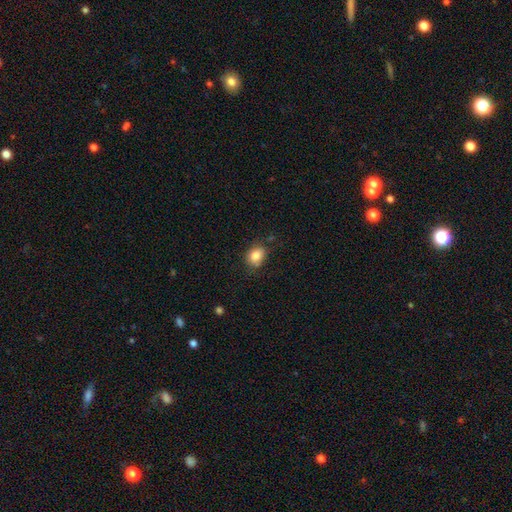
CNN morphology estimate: Smooth or featured: smooth — 84% (star or artifact — 9%)
How rounded: in between — 56% (round — 43%)
Merging: none — 75% (minor disturbance — 18%)